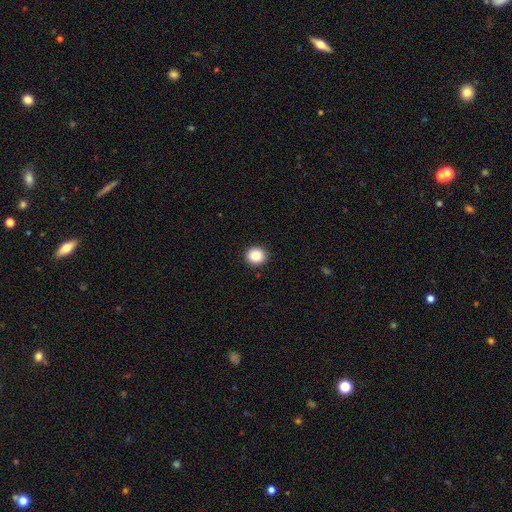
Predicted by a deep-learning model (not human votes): A smooth galaxy with no disk features (88%) that is round (86%).

Vote fractions:
- Smooth or featured? smooth: 88% / star or artifact: 9% / featured or disk: 3%
- How rounded? round: 86% / in between: 13% / cigar-shaped: 1%
- Merging? none: 92% / minor disturbance: 5% / major disturbance: 2% / merger: 1%